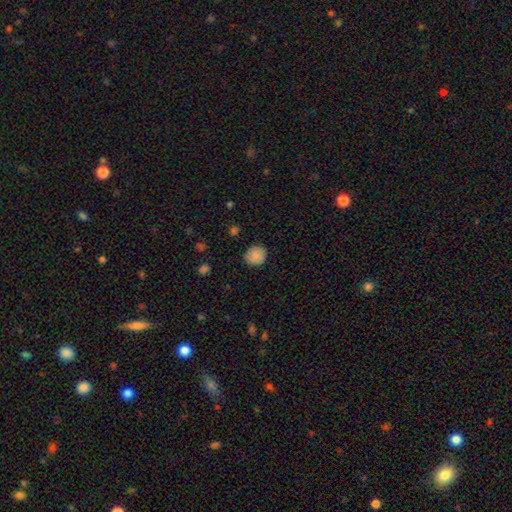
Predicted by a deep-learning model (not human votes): Q: Smooth or featured?
A: smooth (86%); runner-up: star or artifact (8%)
Q: How rounded?
A: round (88%); runner-up: in between (11%)
Q: Merging?
A: none (87%); runner-up: minor disturbance (9%)